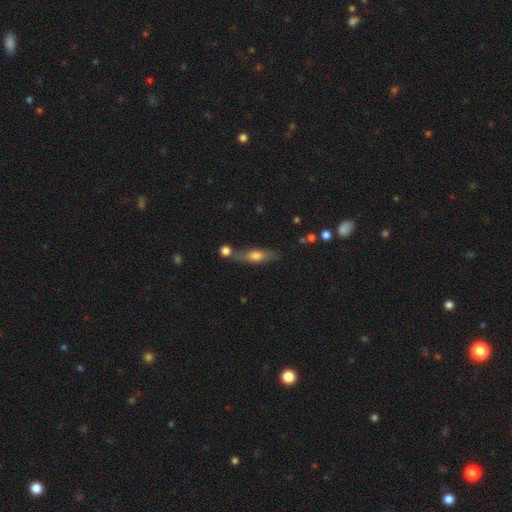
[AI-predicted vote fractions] Smooth or featured?
  - smooth: 63% *
  - featured or disk: 30%
  - star or artifact: 7%
How rounded?
  - in between: 51% *
  - cigar-shaped: 46%
  - round: 4%
Merging?
  - none: 57% *
  - merger: 19%
  - minor disturbance: 18%
  - major disturbance: 6%